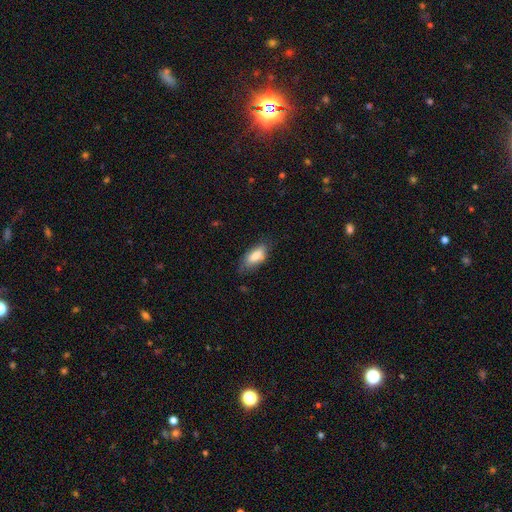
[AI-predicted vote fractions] A smooth galaxy with no disk features (78%) that is in between round and cigar-shaped (84%).

Vote fractions:
- Smooth or featured? smooth: 78% / featured or disk: 15% / star or artifact: 7%
- How rounded? in between: 84% / cigar-shaped: 13% / round: 3%
- Merging? none: 60% / minor disturbance: 29% / major disturbance: 8% / merger: 2%